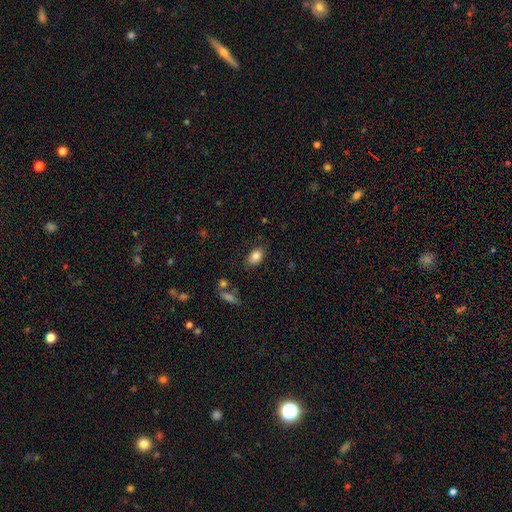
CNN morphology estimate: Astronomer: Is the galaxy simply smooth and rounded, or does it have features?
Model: smooth — 83%.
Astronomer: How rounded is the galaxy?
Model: in between — 87%.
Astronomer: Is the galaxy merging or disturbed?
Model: none — 81%.